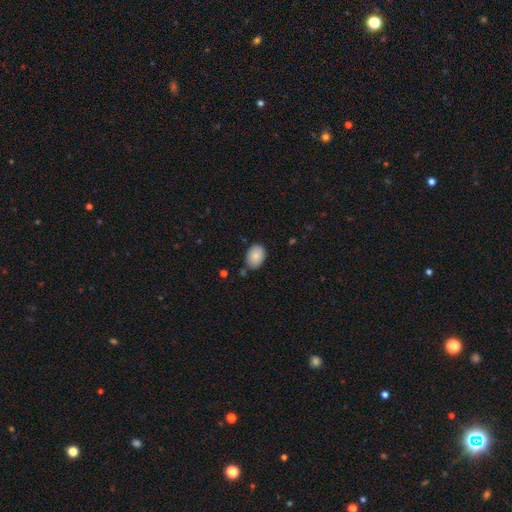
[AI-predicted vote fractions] This is clearly a smooth galaxy (86%). How rounded: clearly in between (80%). Merging: likely none (77%).